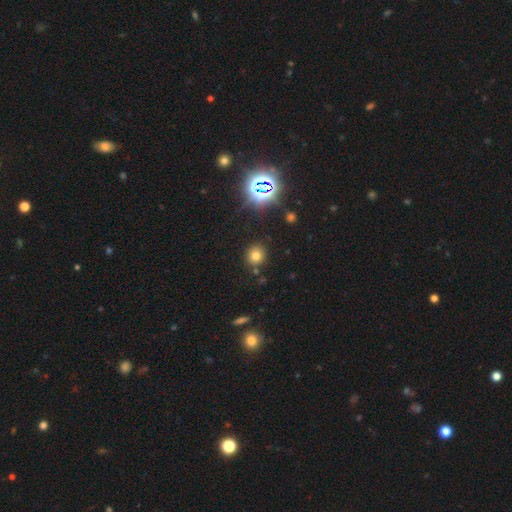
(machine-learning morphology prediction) This is likely a smooth galaxy (71%). How rounded: clearly round (83%). Merging: clearly none (83%).